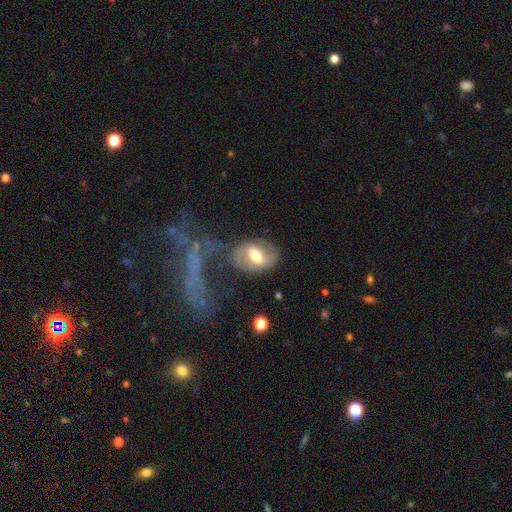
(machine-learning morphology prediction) Q: Smooth or featured?
A: featured or disk (50%); runner-up: smooth (43%)
Q: Edge-on disk?
A: no (92%); runner-up: yes (8%)
Q: Merging?
A: none (68%); runner-up: minor disturbance (17%)